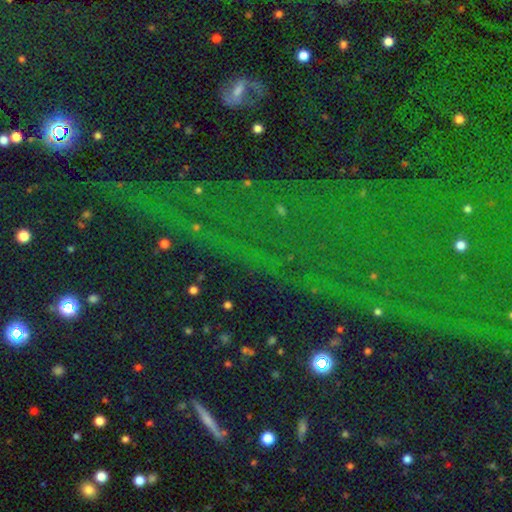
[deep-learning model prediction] A star or artifact, not a galaxy (82%).